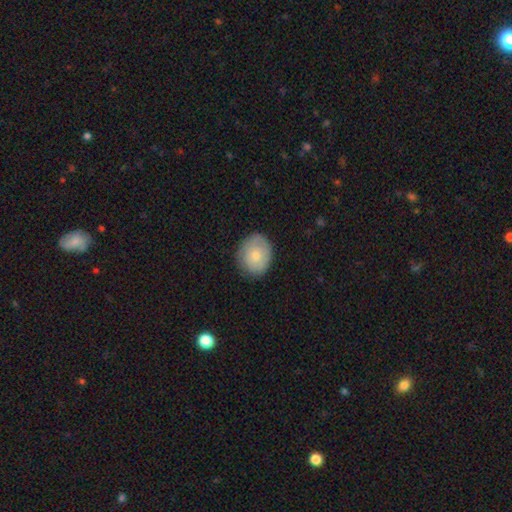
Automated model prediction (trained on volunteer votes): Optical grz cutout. It shows a smooth galaxy with no disk features (73%) that is round (58%). Merging: none (79%).